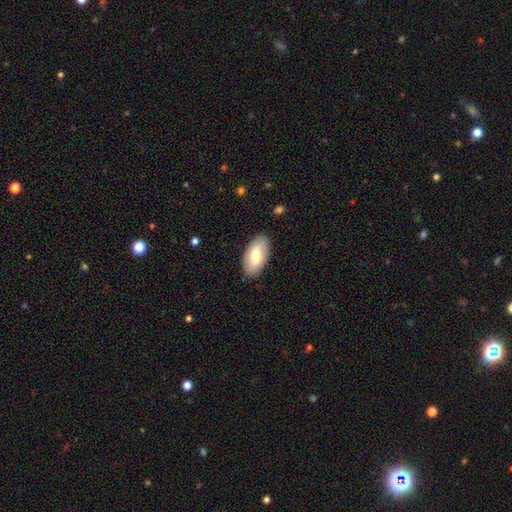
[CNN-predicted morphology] Smooth or featured? Predicted: smooth (p=0.72). How rounded? Predicted: in between (p=0.95). Merging? Predicted: none (p=0.86).